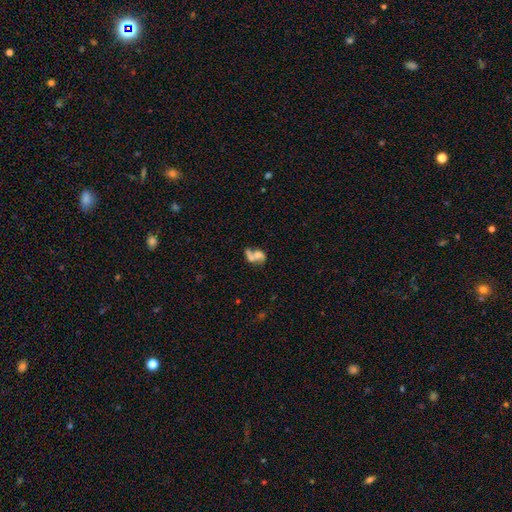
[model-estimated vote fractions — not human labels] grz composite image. It shows a smooth galaxy with no disk features (44%, tied with featured or disk). Merging: merger (59%).